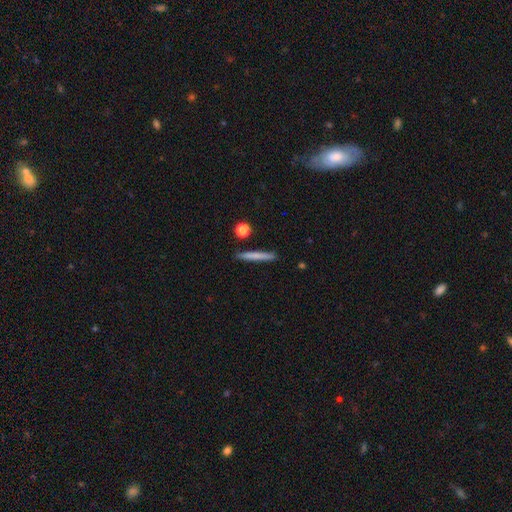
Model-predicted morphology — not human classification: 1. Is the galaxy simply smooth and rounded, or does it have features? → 69% smooth, 24% featured or disk, 7% star or artifact.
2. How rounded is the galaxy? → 95% cigar-shaped, 3% in between, 2% round.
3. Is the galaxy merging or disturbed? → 88% none, 7% minor disturbance, 3% merger, 2% major disturbance.